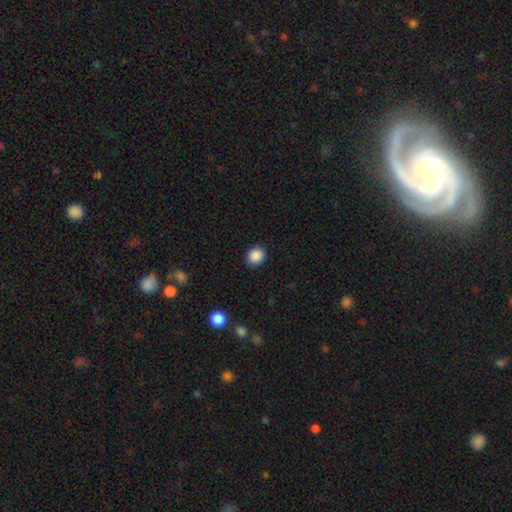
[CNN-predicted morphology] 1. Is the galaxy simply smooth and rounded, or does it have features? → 88% smooth, 9% star or artifact, 3% featured or disk.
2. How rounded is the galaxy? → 69% round, 30% in between, 1% cigar-shaped.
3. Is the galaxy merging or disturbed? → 89% none, 8% minor disturbance, 2% major disturbance, 1% merger.